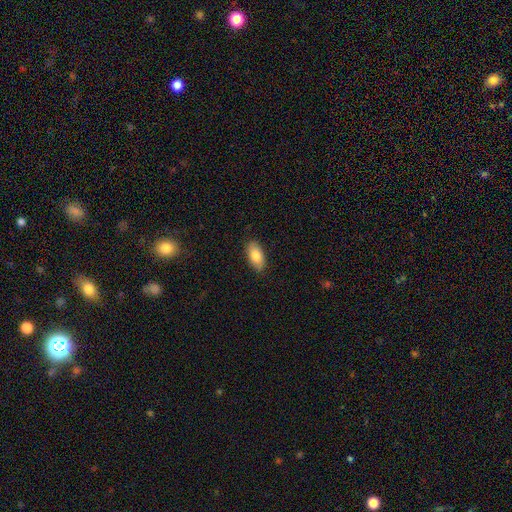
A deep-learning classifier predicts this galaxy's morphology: Smooth or featured: smooth — 83% (featured or disk — 10%)
How rounded: in between — 92% (cigar-shaped — 6%)
Merging: none — 87% (minor disturbance — 10%)